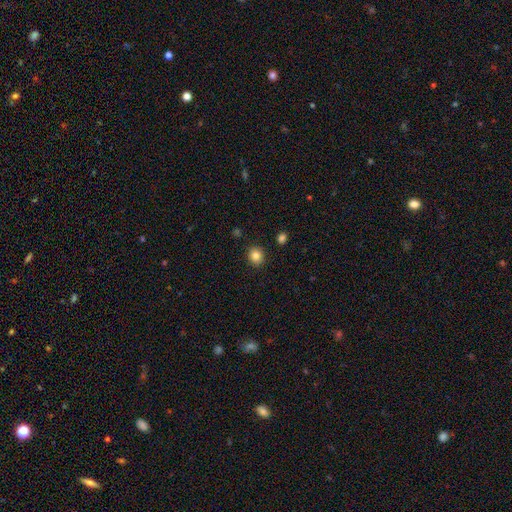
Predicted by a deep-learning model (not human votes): Smooth or featured? Predicted: smooth (p=0.84). How rounded? Predicted: round (p=0.81). Merging? Predicted: none (p=0.90).